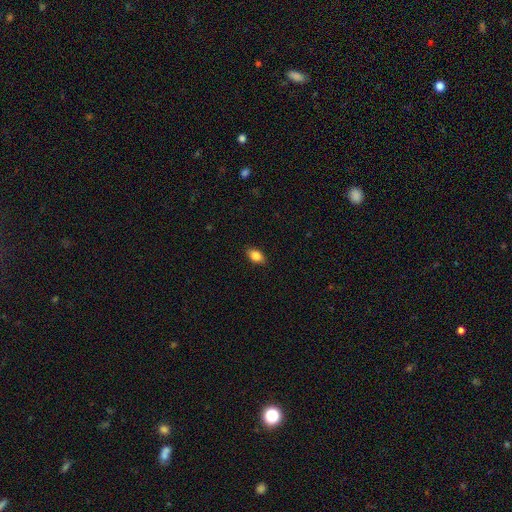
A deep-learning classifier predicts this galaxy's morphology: Smooth or featured: smooth — 86% (star or artifact — 8%)
How rounded: in between — 86% (round — 11%)
Merging: none — 86% (minor disturbance — 11%)